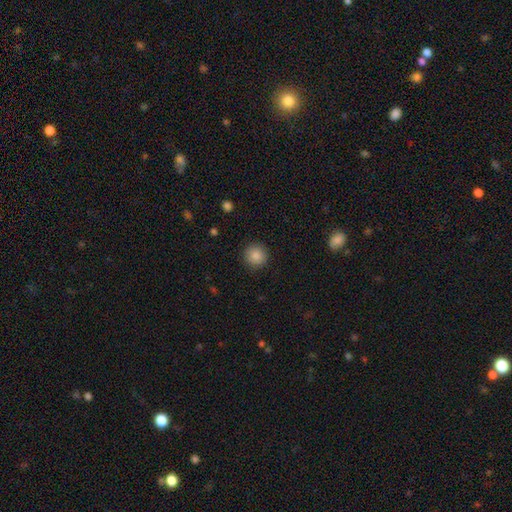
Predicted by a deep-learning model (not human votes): Morphology: type=smooth (86%); roundness=round (94%); merging=none (91%).